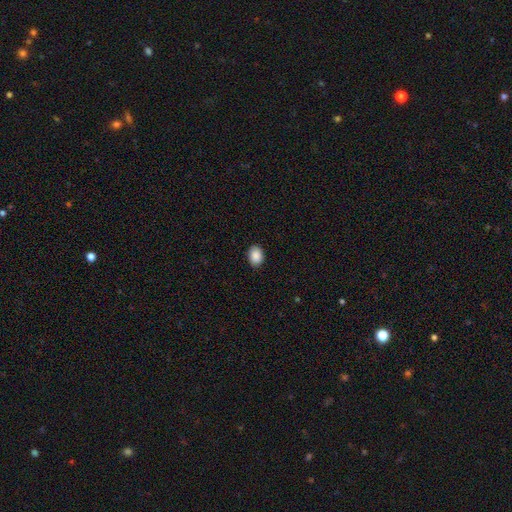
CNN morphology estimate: The model was most divided on "how rounded": in between: 71%, round: 28%, cigar-shaped: 1%. More confident: smooth or featured — smooth (89%); merging — none (89%).